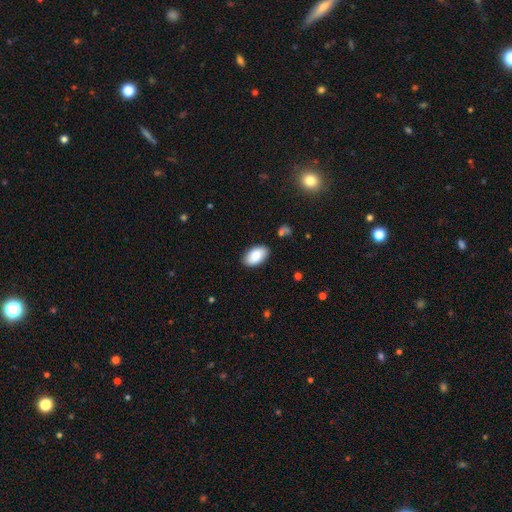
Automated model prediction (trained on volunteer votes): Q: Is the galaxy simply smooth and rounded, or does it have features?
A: smooth — 87%.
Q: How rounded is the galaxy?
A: in between — 94%.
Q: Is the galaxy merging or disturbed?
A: none — 86%.